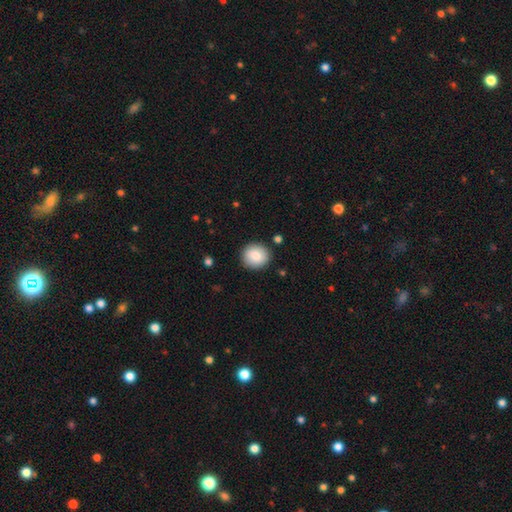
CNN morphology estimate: Smooth or featured? smooth (85%)
How rounded? round (90%)
Merging? none (90%)